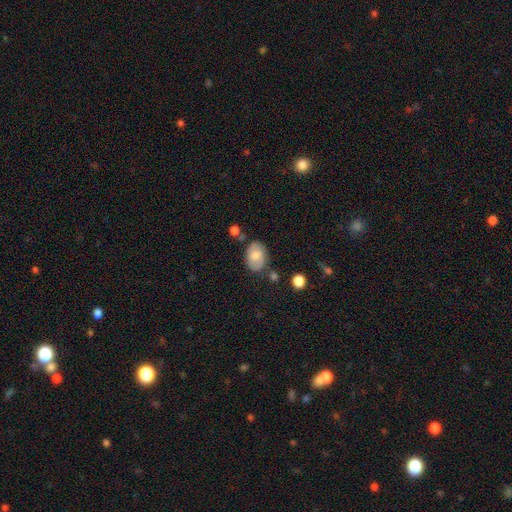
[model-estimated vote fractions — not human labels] A smooth galaxy with no disk features (62%) that is in between round and cigar-shaped (81%). Merging: none (70%).